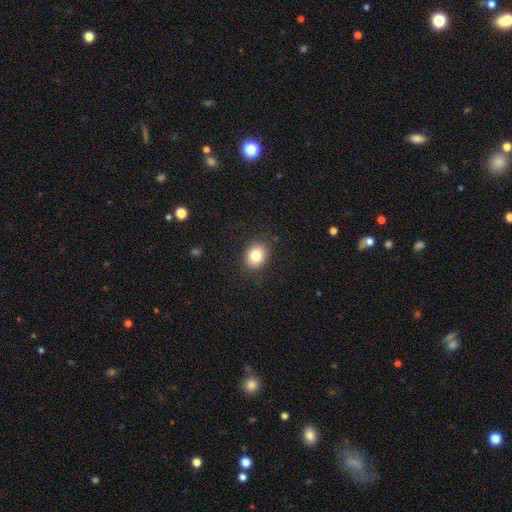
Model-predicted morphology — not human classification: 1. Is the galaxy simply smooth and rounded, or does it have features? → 81% smooth, 10% star or artifact, 8% featured or disk.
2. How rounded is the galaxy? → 59% round, 40% in between, 1% cigar-shaped.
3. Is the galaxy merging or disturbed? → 88% none, 8% minor disturbance, 2% major disturbance, 1% merger.